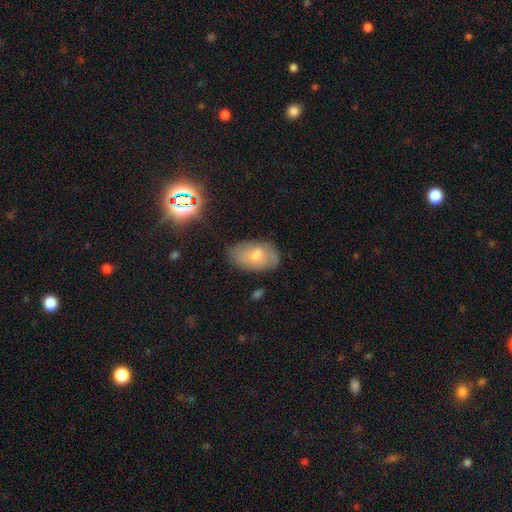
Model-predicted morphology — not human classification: smooth 64%, featured or disk 27%, star or artifact 9%. Down the decision tree: how rounded — in between (92%); merging — none (67%).